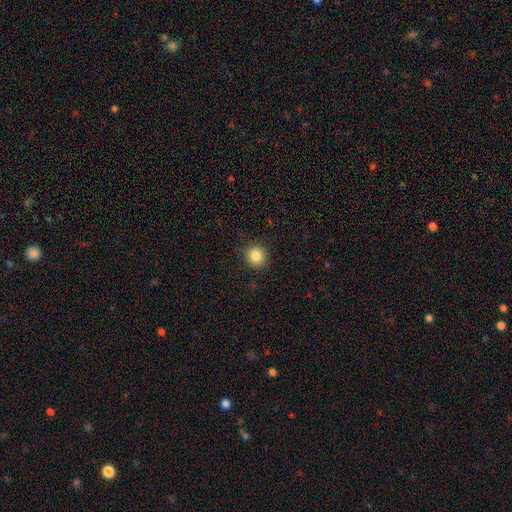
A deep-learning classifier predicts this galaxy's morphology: smooth 85%, star or artifact 10%, featured or disk 5%. Down the decision tree: how rounded — round (90%); merging — none (90%).